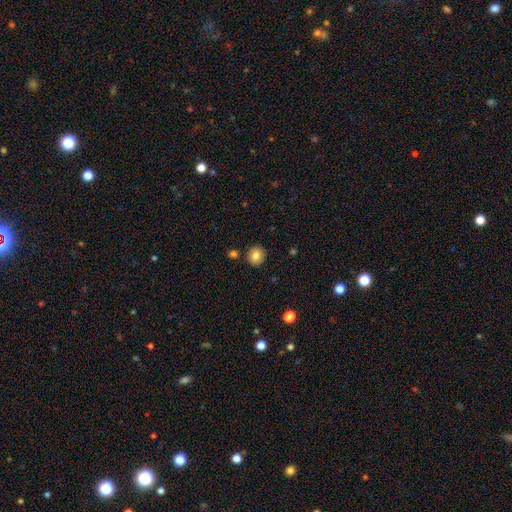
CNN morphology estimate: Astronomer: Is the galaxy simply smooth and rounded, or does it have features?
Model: smooth — 83%.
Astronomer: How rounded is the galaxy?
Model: round — 84%.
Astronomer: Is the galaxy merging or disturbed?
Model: none — 88%.